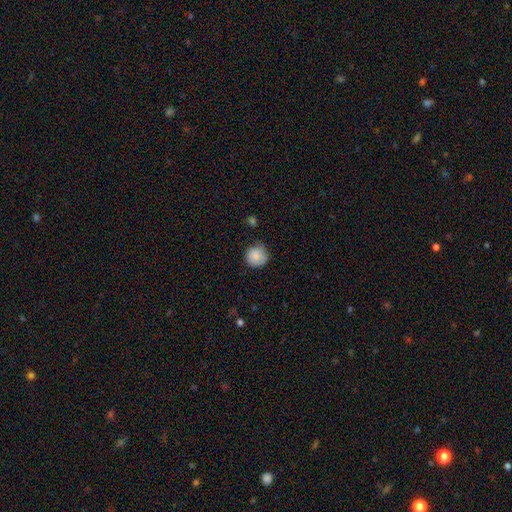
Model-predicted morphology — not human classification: smooth-or-featured: smooth: 86% | star or artifact: 8% | featured or disk: 6%
  how-rounded: round: 91% | in between: 8% | cigar-shaped: 1%
  merging: none: 70% | minor disturbance: 24% | major disturbance: 4% | merger: 2%